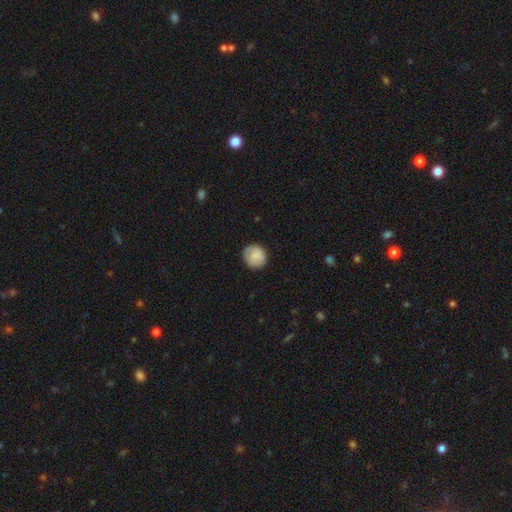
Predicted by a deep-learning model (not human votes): Overall: smooth (84%). How rounded: round (89%). Merging: none (82%).